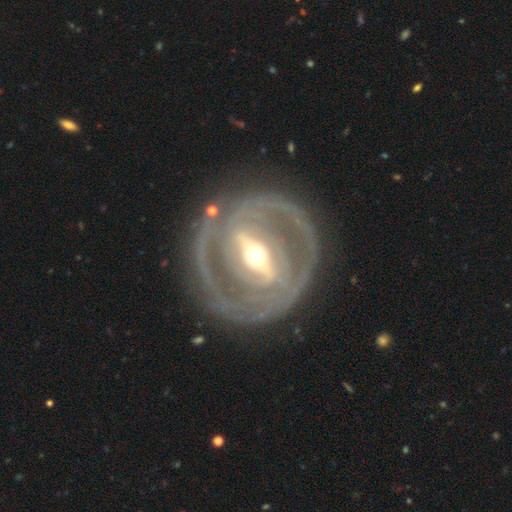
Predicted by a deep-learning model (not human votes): featured or disk 86%, smooth 9%, star or artifact 5%. Down the decision tree: edge-on disk — no (91%); bar — strong (69%); spiral arms — yes (75%); spiral arm count — 2 (51%); spiral winding — tight (68%); bulge size — moderate (56%); merging — none (78%).